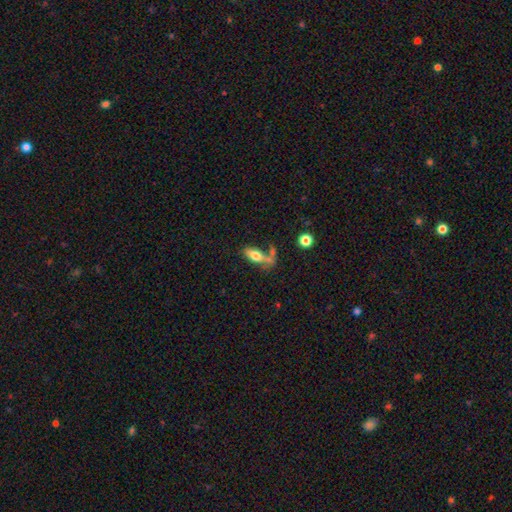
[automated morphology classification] The model was most divided on "merging": none: 42%, merger: 29%, minor disturbance: 16%, major disturbance: 14%. More confident: how rounded — in between (66%); smooth or featured — smooth (63%).